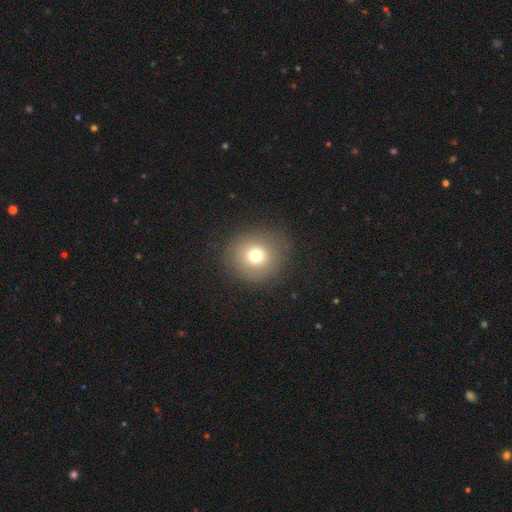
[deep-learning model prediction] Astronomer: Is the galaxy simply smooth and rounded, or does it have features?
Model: smooth — 73%.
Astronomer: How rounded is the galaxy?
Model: round — 90%.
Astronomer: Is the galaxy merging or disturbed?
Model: none — 87%.